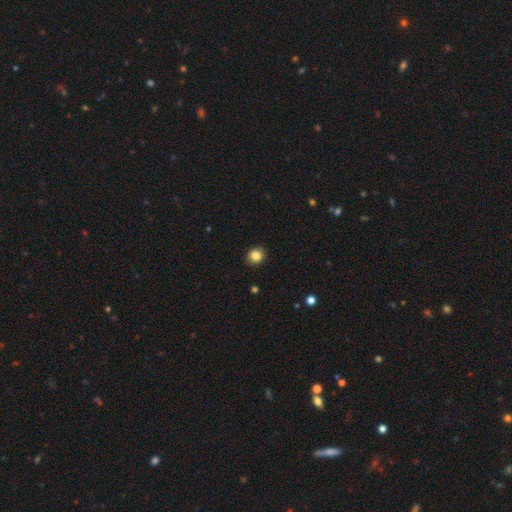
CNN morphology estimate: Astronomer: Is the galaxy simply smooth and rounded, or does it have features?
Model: smooth — 84%.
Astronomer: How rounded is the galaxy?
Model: round — 82%.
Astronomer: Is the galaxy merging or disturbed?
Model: none — 92%.